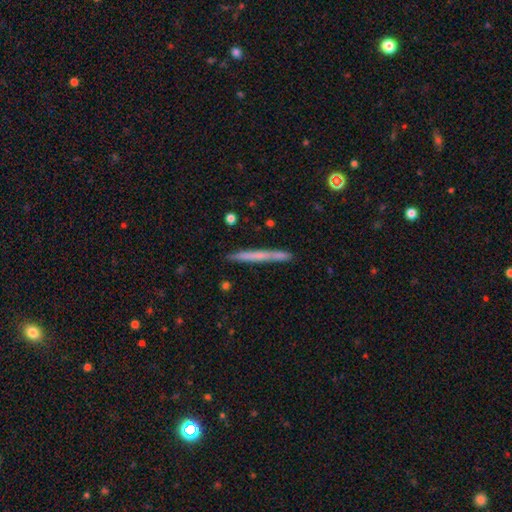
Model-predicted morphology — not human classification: Q: Smooth or featured?
A: smooth (59%); runner-up: featured or disk (35%)
Q: How rounded?
A: cigar-shaped (97%); runner-up: in between (2%)
Q: Merging?
A: none (86%); runner-up: minor disturbance (10%)